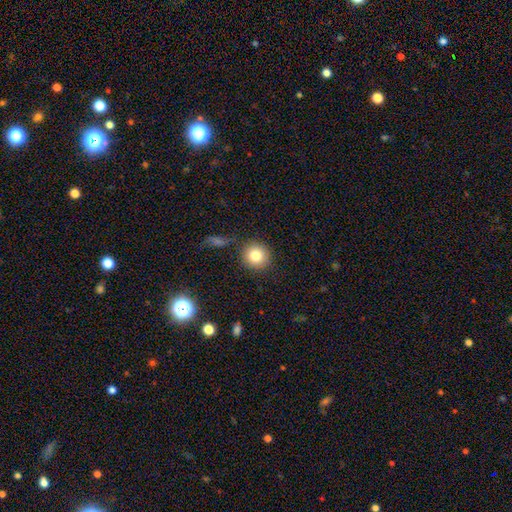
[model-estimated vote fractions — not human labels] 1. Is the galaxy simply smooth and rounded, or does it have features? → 81% smooth, 10% star or artifact, 9% featured or disk.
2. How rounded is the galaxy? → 93% round, 6% in between, 1% cigar-shaped.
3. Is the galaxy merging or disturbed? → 85% none, 8% minor disturbance, 4% merger, 3% major disturbance.